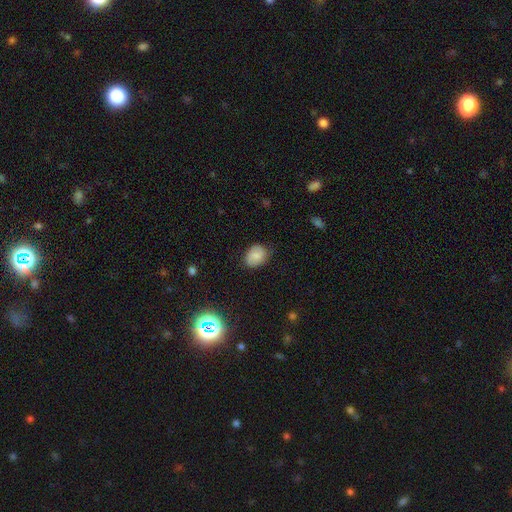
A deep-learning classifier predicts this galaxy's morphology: Q: Smooth or featured?
A: smooth (69%); runner-up: featured or disk (21%)
Q: How rounded?
A: in between (59%); runner-up: round (40%)
Q: Merging?
A: none (75%); runner-up: minor disturbance (19%)